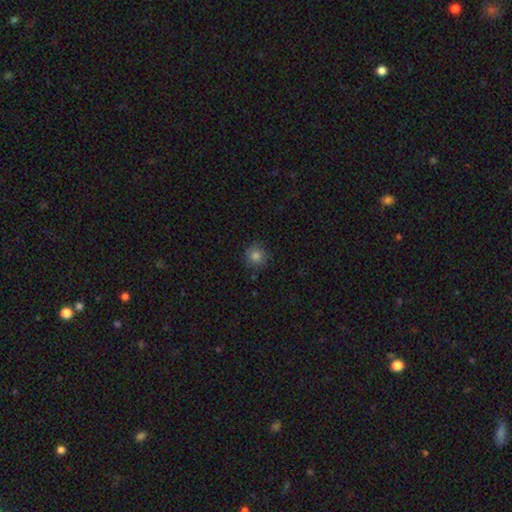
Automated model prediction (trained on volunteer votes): Q: Smooth or featured?
A: smooth (83%); runner-up: star or artifact (12%)
Q: How rounded?
A: round (92%); runner-up: in between (7%)
Q: Merging?
A: none (85%); runner-up: minor disturbance (11%)